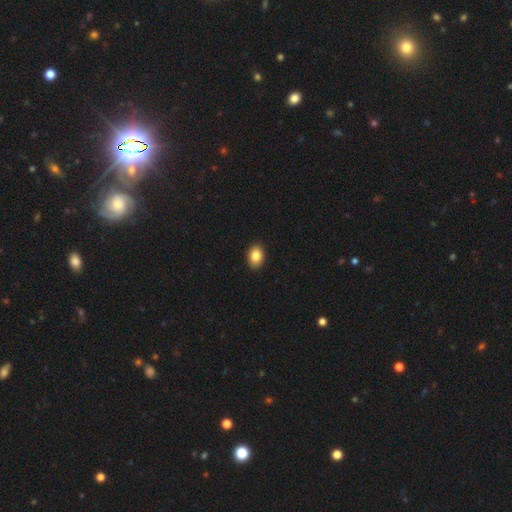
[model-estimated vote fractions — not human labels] Q: Smooth or featured?
A: smooth (86%); runner-up: star or artifact (8%)
Q: How rounded?
A: in between (78%); runner-up: round (21%)
Q: Merging?
A: none (91%); runner-up: minor disturbance (7%)